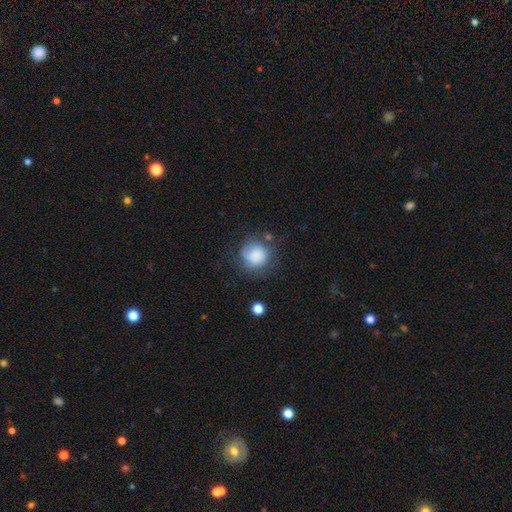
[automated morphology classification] smooth 78%, featured or disk 14%, star or artifact 9%. Down the decision tree: how rounded — round (87%); merging — none (58%).